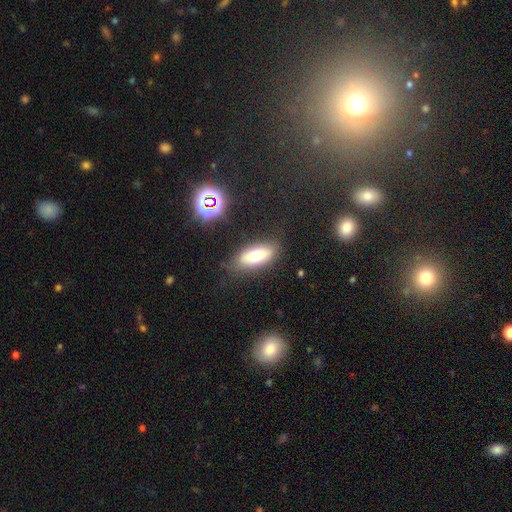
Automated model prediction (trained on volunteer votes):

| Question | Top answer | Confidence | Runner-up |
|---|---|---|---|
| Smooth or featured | smooth | 70% | featured or disk (19%) |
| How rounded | in between | 80% | cigar-shaped (17%) |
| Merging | none | 79% | minor disturbance (15%) |